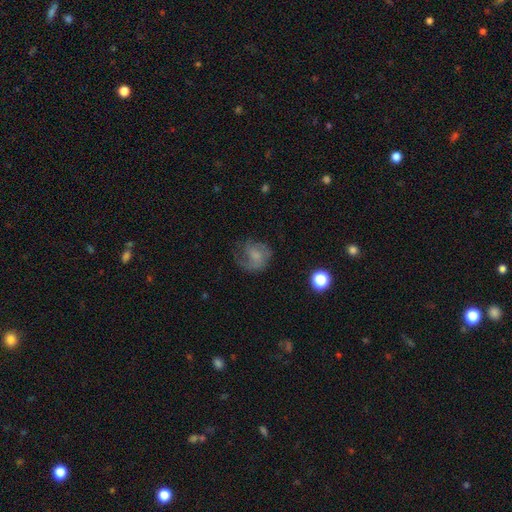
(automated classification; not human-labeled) Morphology: type=smooth (47%); merging=none (49%).